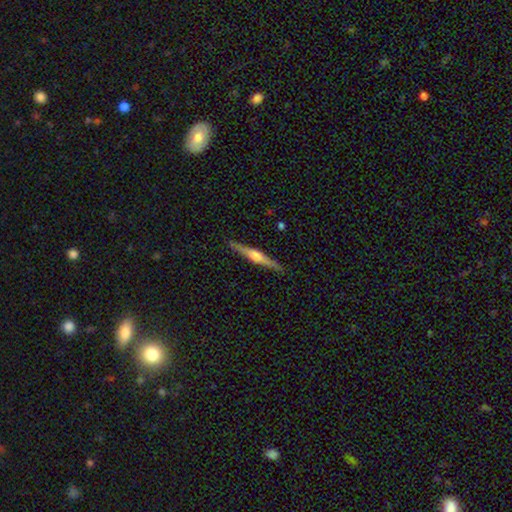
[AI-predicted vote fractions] smooth_or_featured: featured or disk (p=0.74) [alt: smooth p=0.21]
disk_edge_on: yes (p=0.98) [alt: no p=0.02]
edge_on_bulge: rounded (p=0.81) [alt: boxy p=0.13]
merging: none (p=0.91) [alt: minor disturbance p=0.07]